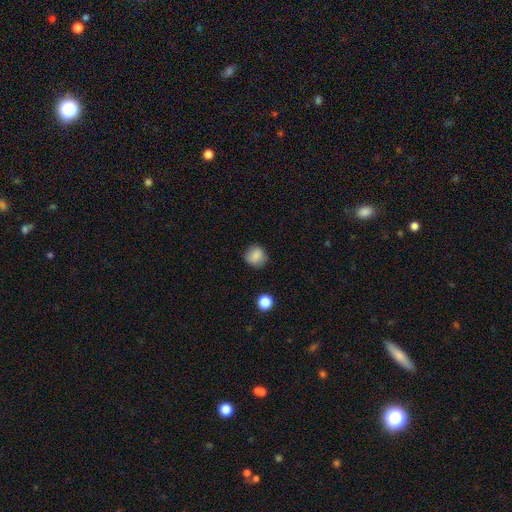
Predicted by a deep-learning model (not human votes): This appears to be a smooth galaxy with no disk features (84%) that is round (87%). Merging: none (83%).